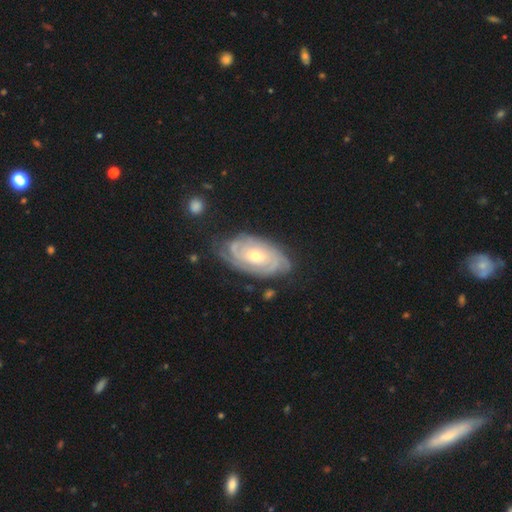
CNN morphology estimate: type=featured or disk (84%); edge-on=no (95%); bar=no (72%); spiral arms=yes (96%); winding=tight (77%); arm count=can't tell (34%); bulge=moderate (54%); merging=none (74%).